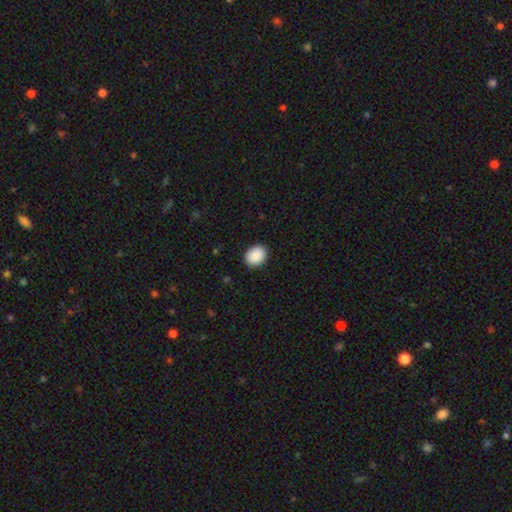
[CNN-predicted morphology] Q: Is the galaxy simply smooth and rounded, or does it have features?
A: smooth — 90%.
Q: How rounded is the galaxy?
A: in between — 59%.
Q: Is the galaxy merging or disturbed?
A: none — 90%.